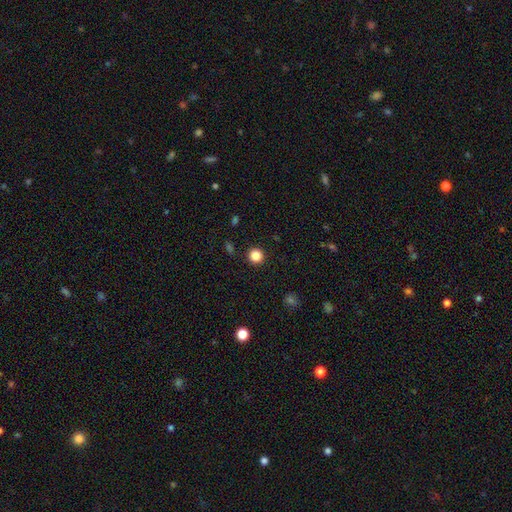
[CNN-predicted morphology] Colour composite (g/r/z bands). It shows a smooth galaxy with no disk features (85%) that is round (95%). Merging: none (92%).